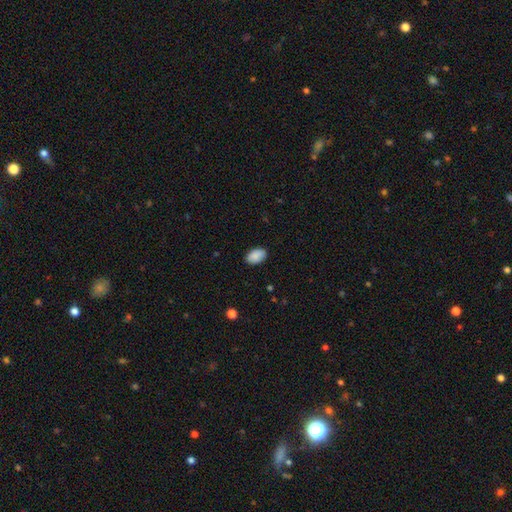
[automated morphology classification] A smooth galaxy with no disk features (89%) that is in between round and cigar-shaped (92%). Merging: none (87%).